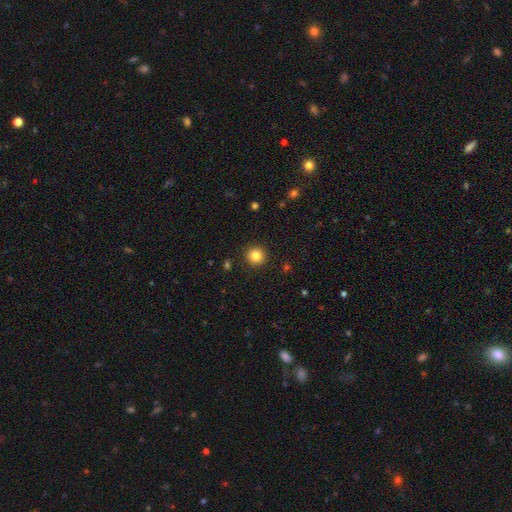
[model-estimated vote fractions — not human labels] smooth_or_featured: smooth (p=0.84) [alt: star or artifact p=0.11]
how_rounded: round (p=0.94) [alt: in between p=0.05]
merging: none (p=0.92) [alt: minor disturbance p=0.05]